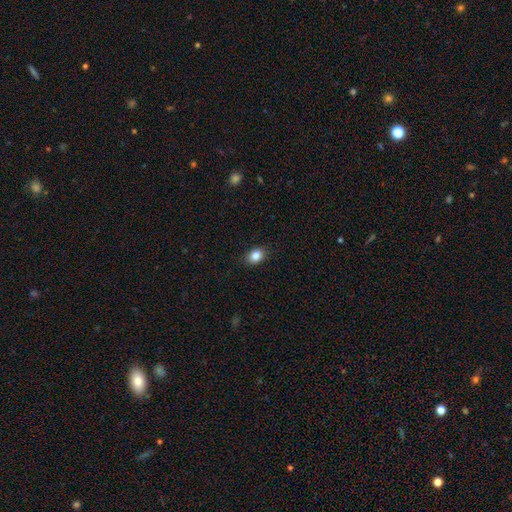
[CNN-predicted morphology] smooth_or_featured: smooth (p=0.85) [alt: star or artifact p=0.09]
how_rounded: in between (p=0.72) [alt: round p=0.26]
merging: none (p=0.87) [alt: minor disturbance p=0.10]